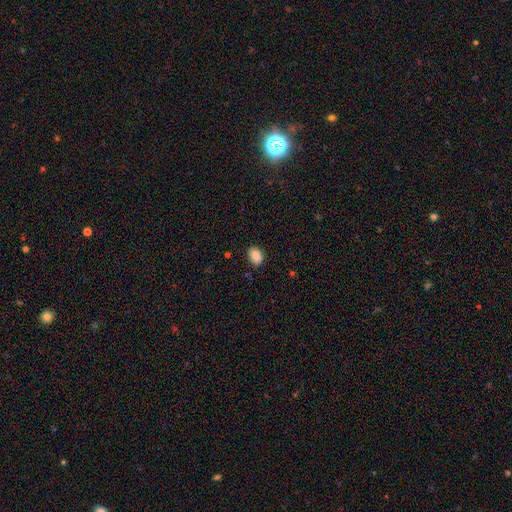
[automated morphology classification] smooth 88%, star or artifact 8%, featured or disk 4%. Down the decision tree: how rounded — in between (78%); merging — none (83%).